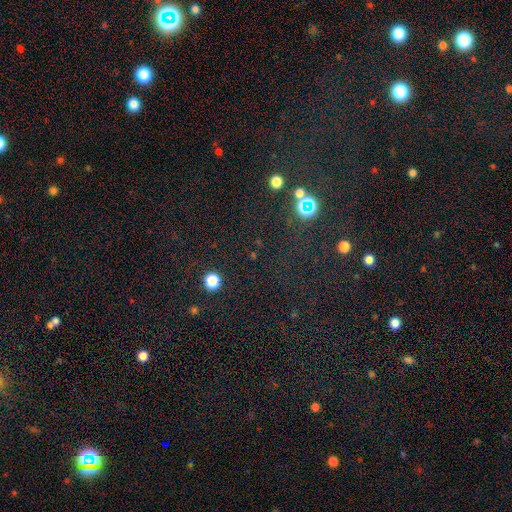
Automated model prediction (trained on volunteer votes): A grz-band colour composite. It shows a star or artifact, not a galaxy (69%).